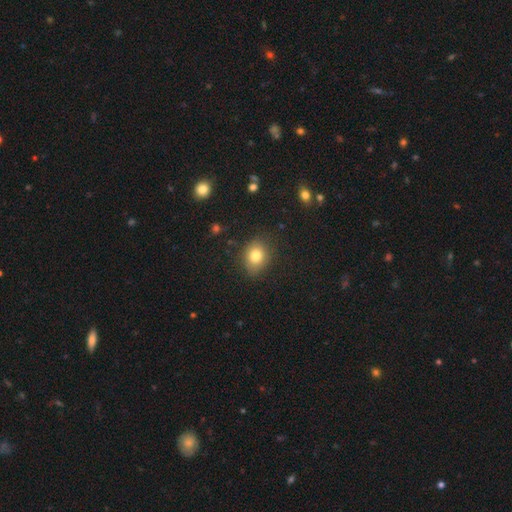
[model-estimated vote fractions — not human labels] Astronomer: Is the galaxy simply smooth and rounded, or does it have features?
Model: smooth — 80%.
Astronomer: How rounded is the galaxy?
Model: in between — 51% (runner-up: round, 48%).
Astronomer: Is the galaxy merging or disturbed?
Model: none — 81%.